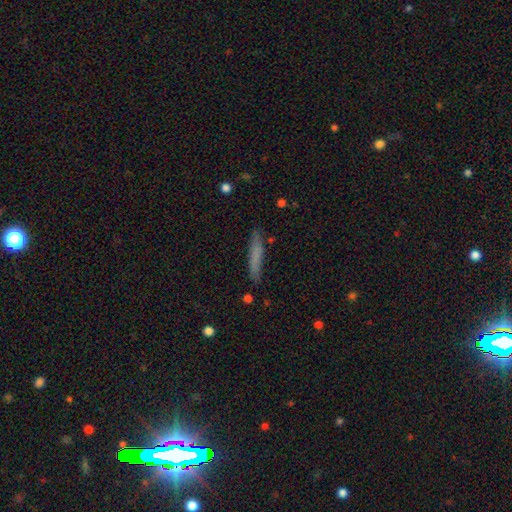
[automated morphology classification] Smooth or featured? smooth (69%)
How rounded? cigar-shaped (93%)
Merging? none (84%)